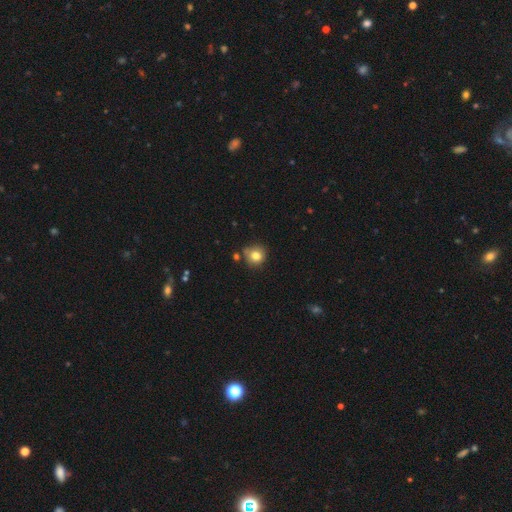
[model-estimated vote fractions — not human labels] smooth_or_featured: smooth (p=0.81) [alt: star or artifact p=0.11]
how_rounded: round (p=0.90) [alt: in between p=0.10]
merging: none (p=0.73) [alt: minor disturbance p=0.15]